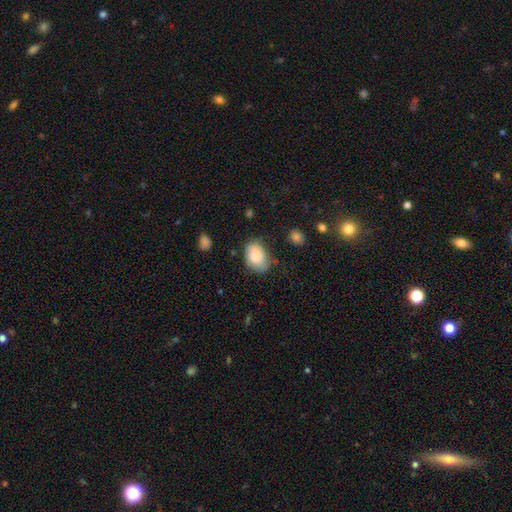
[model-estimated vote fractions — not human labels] Q: Smooth or featured?
A: smooth (84%); runner-up: featured or disk (9%)
Q: How rounded?
A: in between (85%); runner-up: round (14%)
Q: Merging?
A: none (69%); runner-up: minor disturbance (23%)